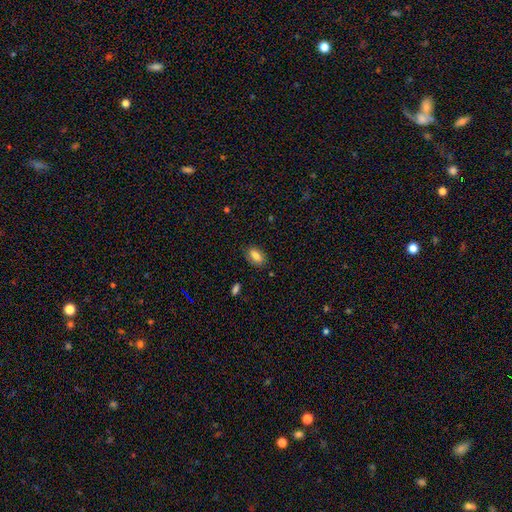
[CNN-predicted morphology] This appears to be a smooth galaxy with no disk features (84%) that is in between round and cigar-shaped (88%). Merging: none (82%).